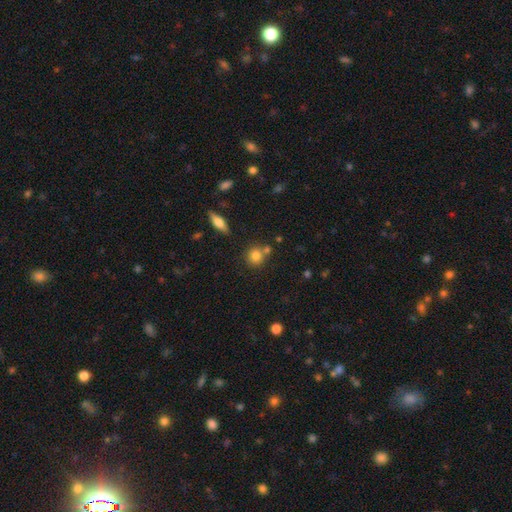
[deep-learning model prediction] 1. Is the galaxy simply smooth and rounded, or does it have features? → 79% smooth, 11% star or artifact, 10% featured or disk.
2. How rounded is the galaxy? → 85% round, 14% in between, 2% cigar-shaped.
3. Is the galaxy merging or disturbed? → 66% none, 21% merger, 10% minor disturbance, 3% major disturbance.